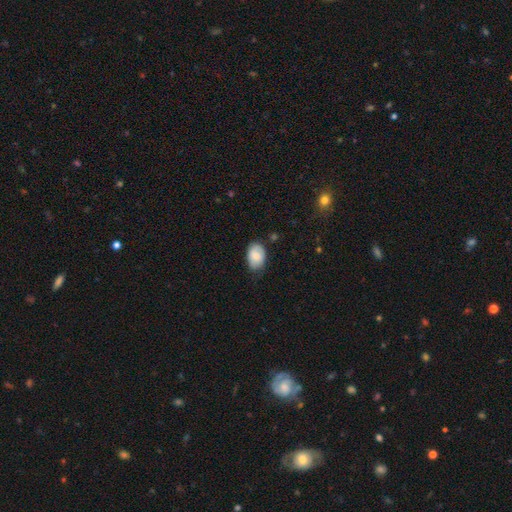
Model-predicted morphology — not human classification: A smooth galaxy with no disk features (80%) that is in between round and cigar-shaped (86%). Merging: none (65%).